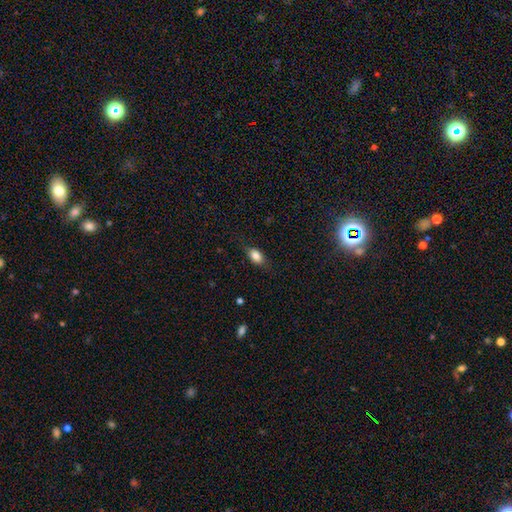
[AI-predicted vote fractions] This appears to be a smooth galaxy with no disk features (83%) that is in between round and cigar-shaped (87%). Merging: none (78%).